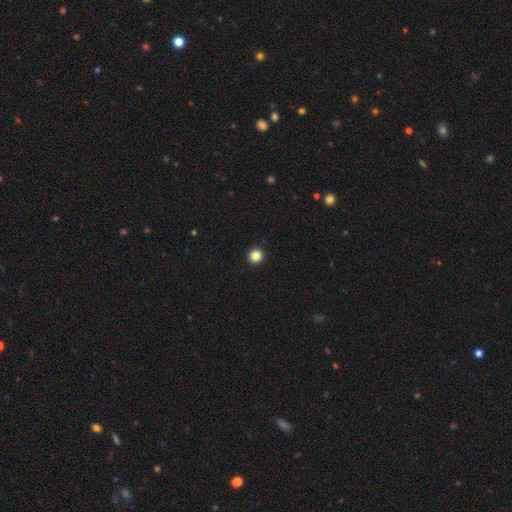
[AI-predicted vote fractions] A smooth galaxy with no disk features (85%) that is round (95%).

Vote fractions:
- Smooth or featured? smooth: 85% / star or artifact: 12% / featured or disk: 3%
- How rounded? round: 95% / in between: 4% / cigar-shaped: 1%
- Merging? none: 94% / minor disturbance: 4% / major disturbance: 1% / merger: 1%